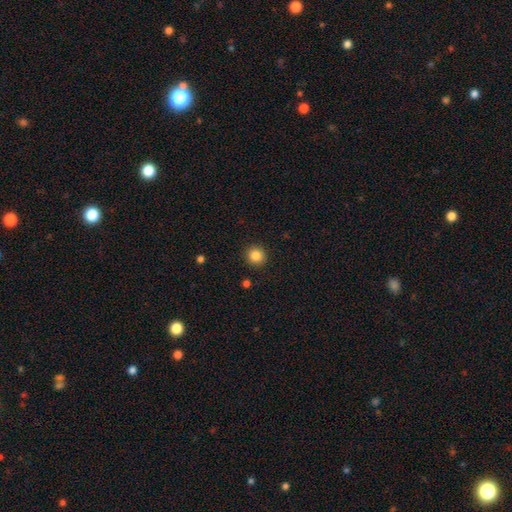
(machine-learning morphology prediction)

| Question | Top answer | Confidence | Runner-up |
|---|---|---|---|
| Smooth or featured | smooth | 85% | star or artifact (10%) |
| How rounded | round | 93% | in between (6%) |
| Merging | none | 92% | minor disturbance (5%) |